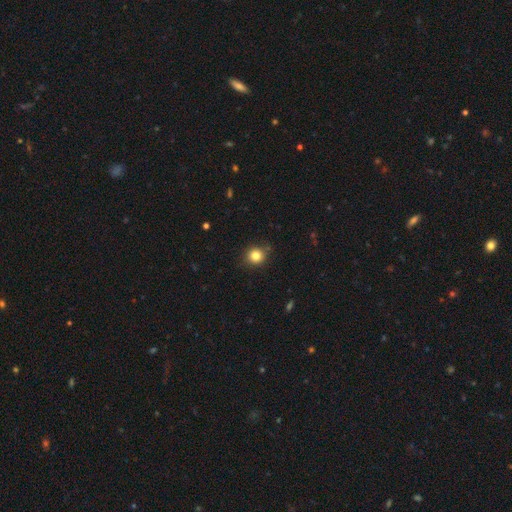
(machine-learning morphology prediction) A smooth galaxy with no disk features (83%) that is round (90%). Merging: none (87%).